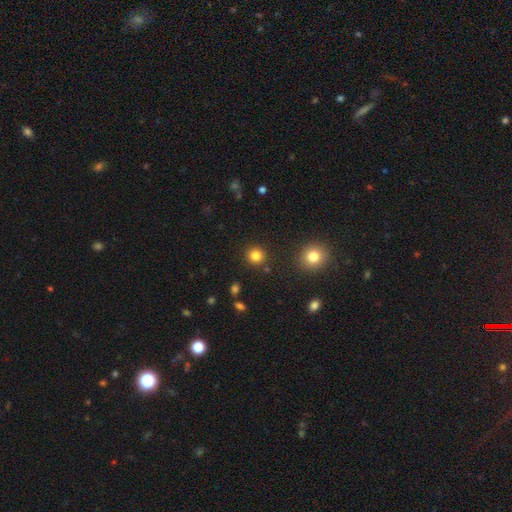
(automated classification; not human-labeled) This is clearly a smooth galaxy (83%). How rounded: clearly round (93%). Merging: clearly none (90%).